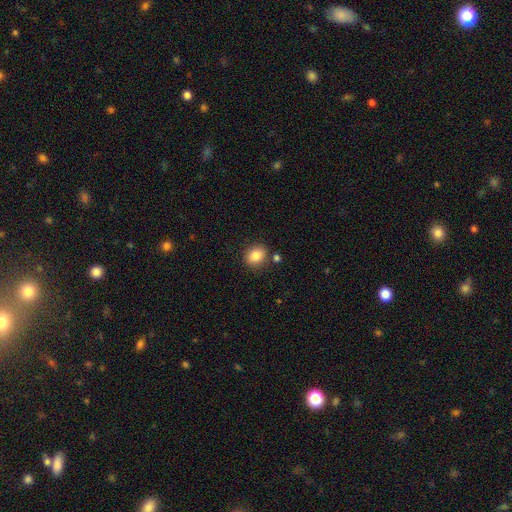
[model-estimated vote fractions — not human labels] Smooth or featured: smooth — 85% (star or artifact — 9%)
How rounded: round — 58% (in between — 41%)
Merging: none — 81% (minor disturbance — 11%)